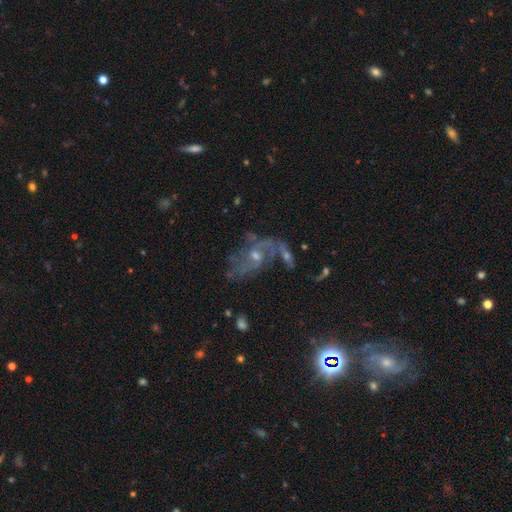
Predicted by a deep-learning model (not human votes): Smooth or featured? featured or disk (75%)
Edge-on disk? no (95%)
Bar? no (62%)
Spiral arms? yes (80%)
Spiral winding? loose (45%)
Spiral arm count? 2 (51%)
Bulge size? moderate (47%)
Merging? none (40%)